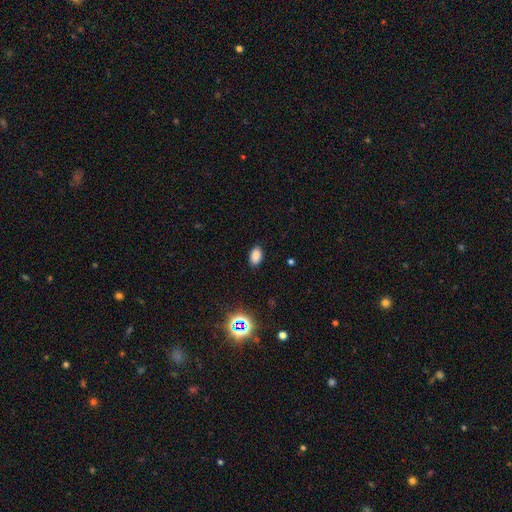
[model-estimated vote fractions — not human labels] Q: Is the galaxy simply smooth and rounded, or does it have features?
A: smooth — 82%.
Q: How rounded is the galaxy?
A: in between — 89%.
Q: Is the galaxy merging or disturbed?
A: none — 87%.